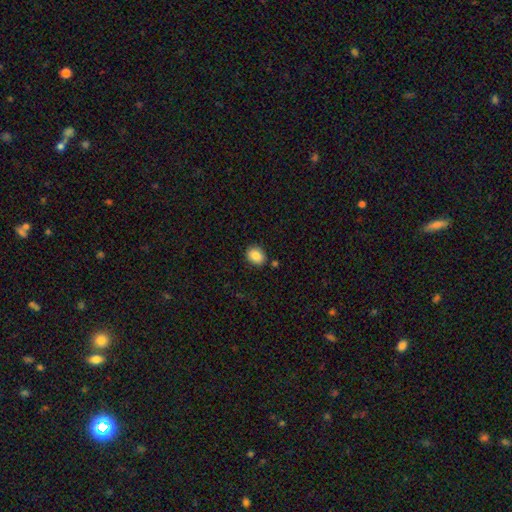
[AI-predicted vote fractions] Morphology: type=smooth (87%); roundness=in between (59%); merging=none (84%).